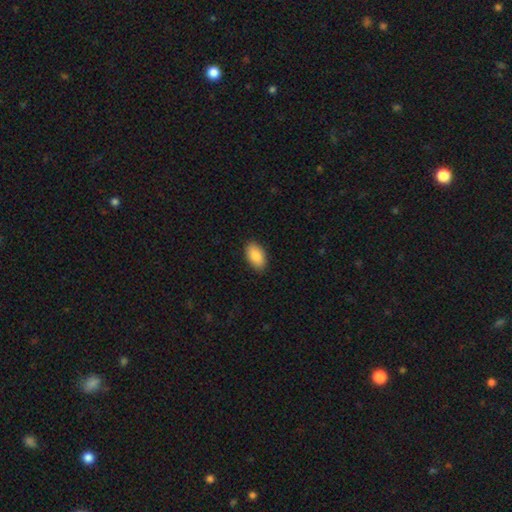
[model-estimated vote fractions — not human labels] This is clearly a smooth galaxy (88%). How rounded: clearly in between (94%). Merging: clearly none (88%).